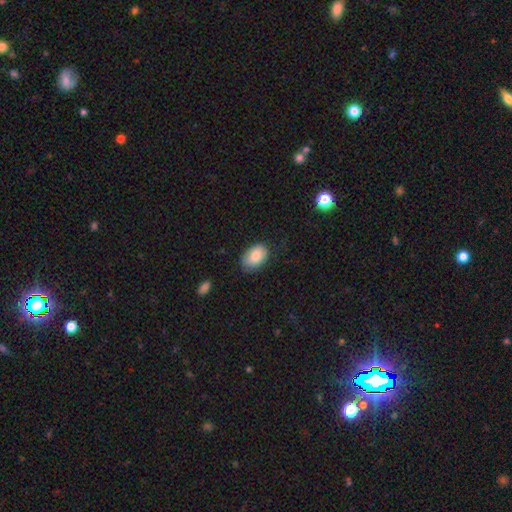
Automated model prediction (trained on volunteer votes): smooth_or_featured: smooth (p=0.82) [alt: featured or disk p=0.10]
how_rounded: in between (p=0.88) [alt: round p=0.11]
merging: none (p=0.74) [alt: minor disturbance p=0.20]